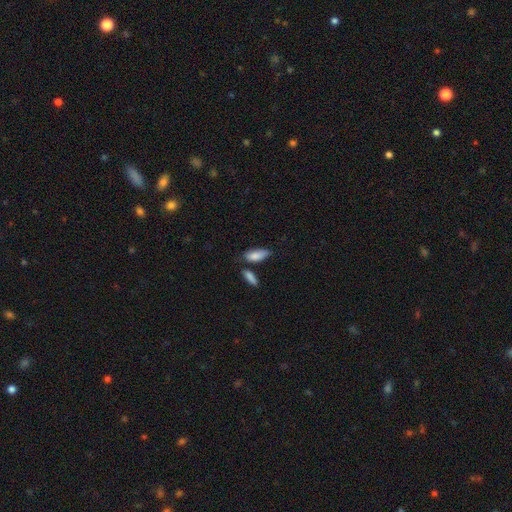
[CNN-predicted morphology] The model was most divided on "merging": none: 60%, minor disturbance: 22%, merger: 13%, major disturbance: 5%. More confident: smooth or featured — smooth (85%); how rounded — in between (76%).